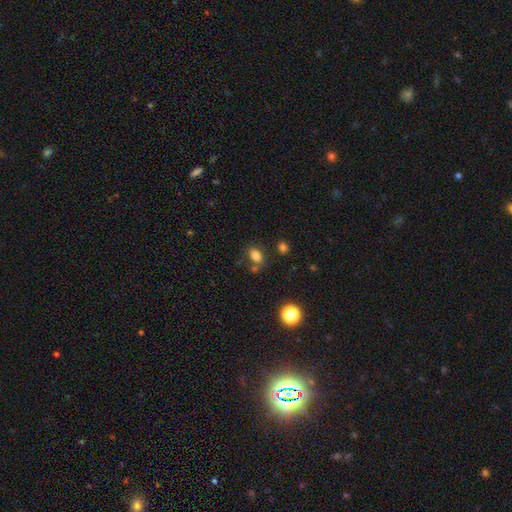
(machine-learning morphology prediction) Smooth or featured? smooth (80%)
How rounded? in between (77%)
Merging? none (68%)